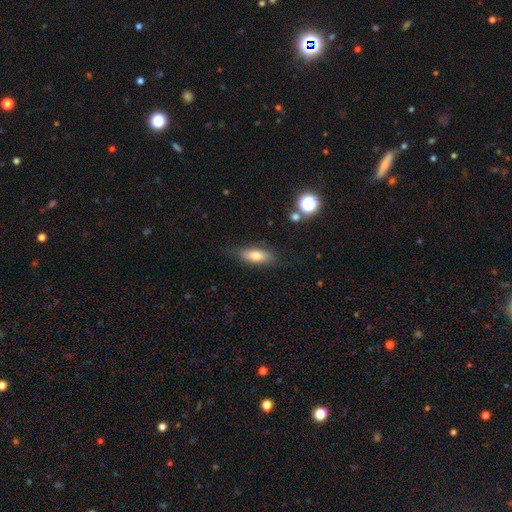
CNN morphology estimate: Smooth or featured?
  - smooth: 74% *
  - featured or disk: 18%
  - star or artifact: 8%
How rounded?
  - in between: 67% *
  - cigar-shaped: 30%
  - round: 3%
Merging?
  - none: 76% *
  - minor disturbance: 18%
  - major disturbance: 5%
  - merger: 2%